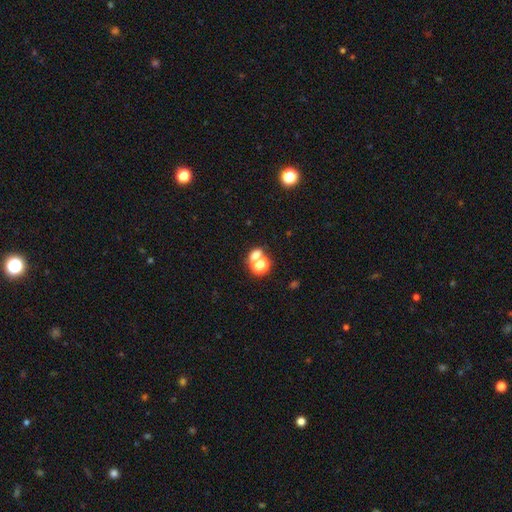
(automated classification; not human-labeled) A smooth galaxy with no disk features (62%) that is round (59%).

Vote fractions:
- Smooth or featured? smooth: 62% / star or artifact: 27% / featured or disk: 11%
- How rounded? round: 59% / in between: 39% / cigar-shaped: 2%
- Merging? none: 46% / merger: 42% / minor disturbance: 7% / major disturbance: 4%